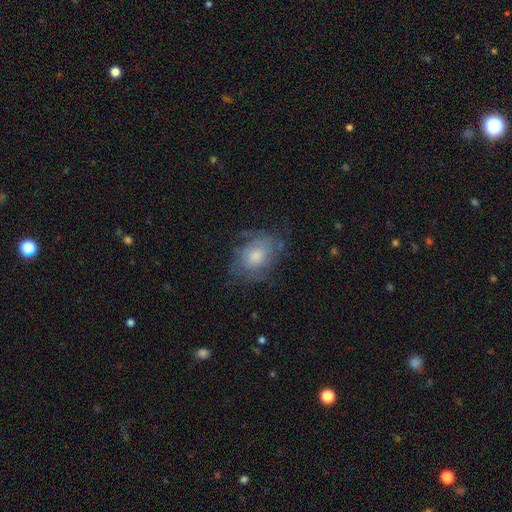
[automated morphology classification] smooth_or_featured: featured or disk (p=0.48) [alt: smooth p=0.43]
merging: none (p=0.59) [alt: minor disturbance p=0.25]